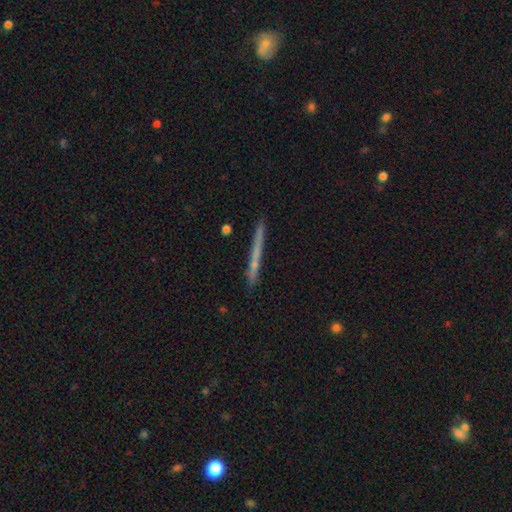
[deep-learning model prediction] Smooth or featured? Predicted: featured or disk (p=0.50). Edge-on disk? Predicted: yes (p=0.97). Merging? Predicted: none (p=0.88).